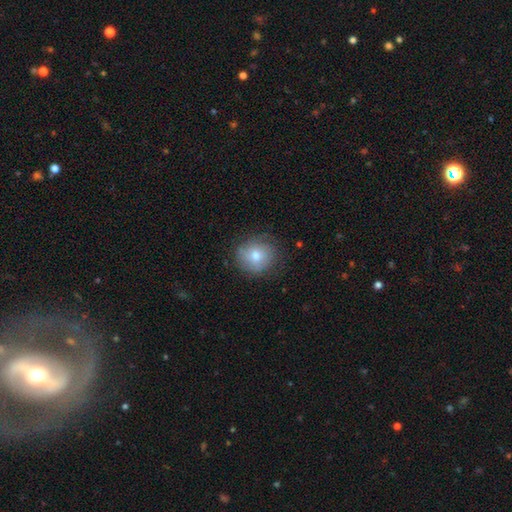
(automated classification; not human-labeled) Smooth or featured: smooth — 70% (featured or disk — 21%)
How rounded: round — 86% (in between — 13%)
Merging: none — 75% (minor disturbance — 18%)